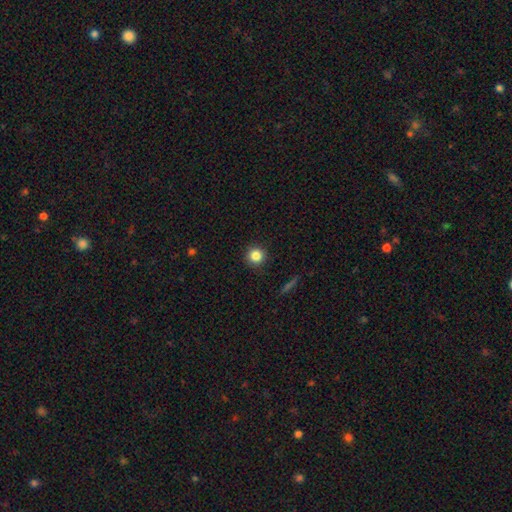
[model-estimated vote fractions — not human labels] smooth 84%, star or artifact 11%, featured or disk 5%. Down the decision tree: how rounded — round (95%); merging — none (92%).